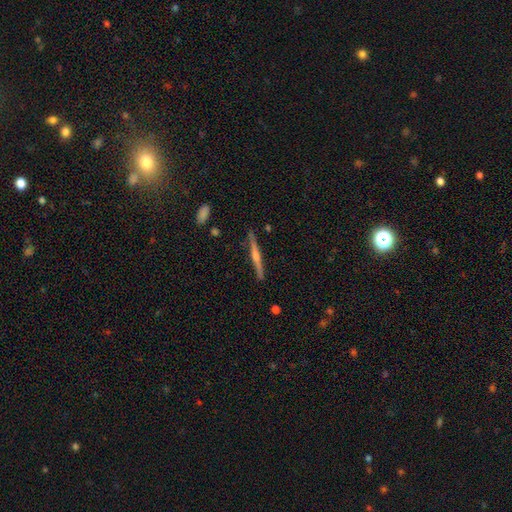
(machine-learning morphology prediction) featured or disk 75%, smooth 19%, star or artifact 6%. Down the decision tree: edge-on disk — yes (98%); edge-on bulge — rounded (80%); merging — none (91%).